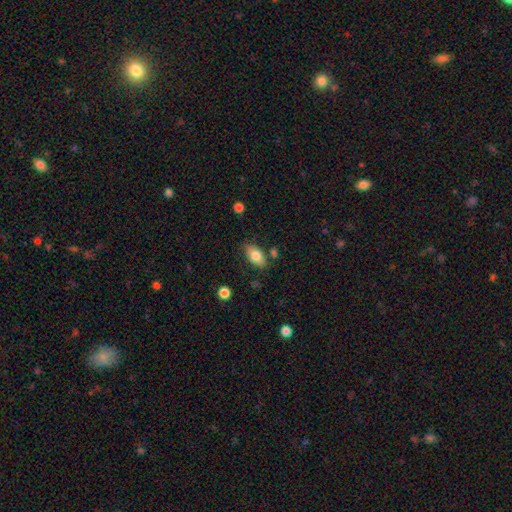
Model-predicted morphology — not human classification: Smooth or featured: smooth — 79% (featured or disk — 13%)
How rounded: in between — 91% (round — 5%)
Merging: none — 77% (minor disturbance — 15%)